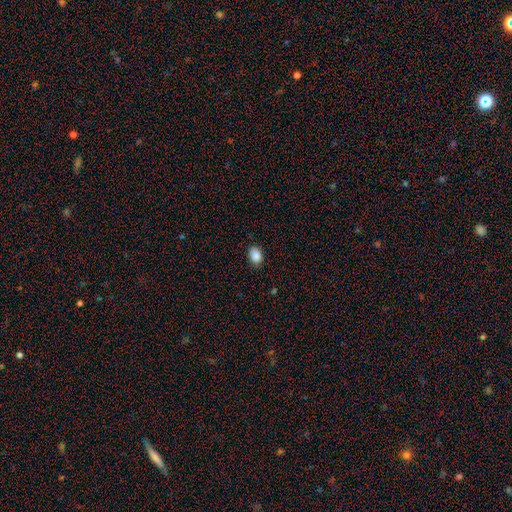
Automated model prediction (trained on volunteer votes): Morphology: type=smooth (88%); roundness=in between (77%); merging=none (84%).